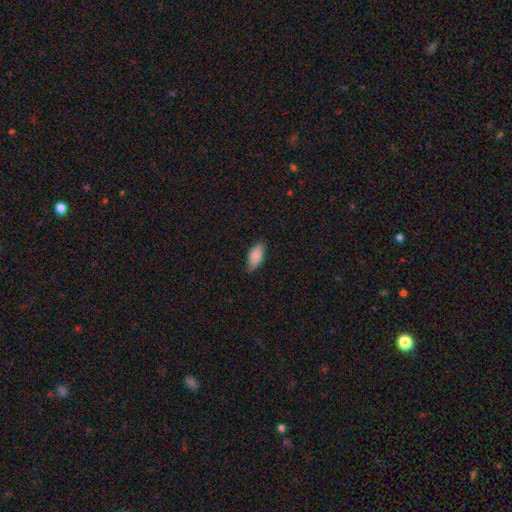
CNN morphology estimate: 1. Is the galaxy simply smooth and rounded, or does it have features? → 87% smooth, 7% featured or disk, 6% star or artifact.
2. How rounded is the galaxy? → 89% in between, 9% cigar-shaped, 2% round.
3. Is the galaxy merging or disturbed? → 74% none, 22% minor disturbance, 3% major disturbance, 1% merger.